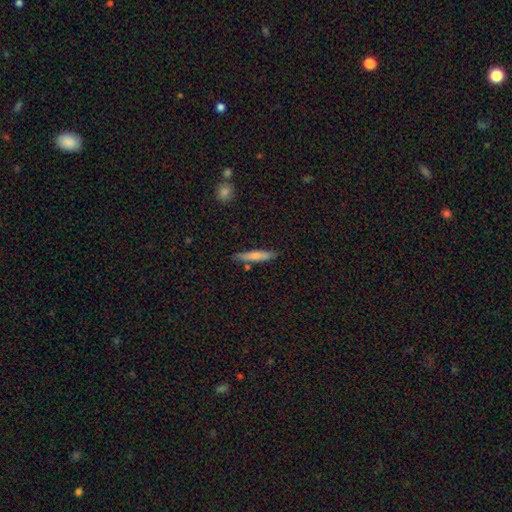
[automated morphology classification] Smooth or featured? Predicted: smooth (p=0.67). How rounded? Predicted: cigar-shaped (p=0.90). Merging? Predicted: none (p=0.83).